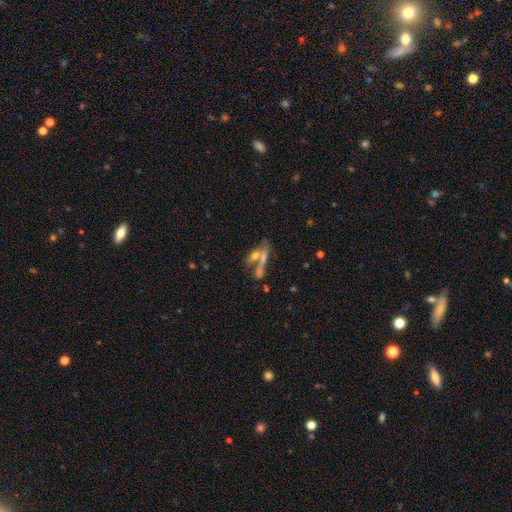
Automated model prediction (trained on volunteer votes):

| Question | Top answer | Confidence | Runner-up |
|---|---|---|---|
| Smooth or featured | featured or disk | 46% | smooth (39%) |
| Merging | merger | 46% | none (36%) |